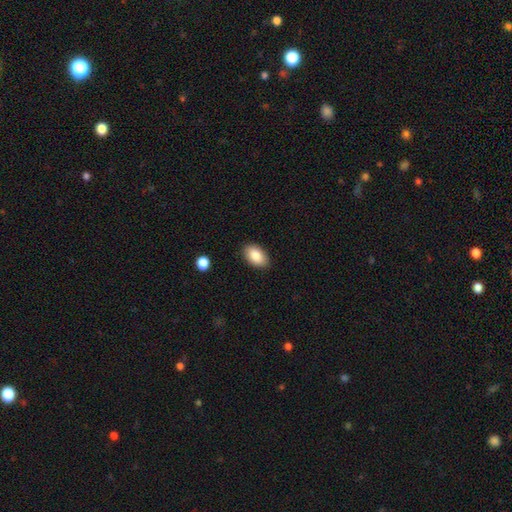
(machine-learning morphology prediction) A smooth galaxy with no disk features (86%) that is in between round and cigar-shaped (92%). Merging: none (87%).